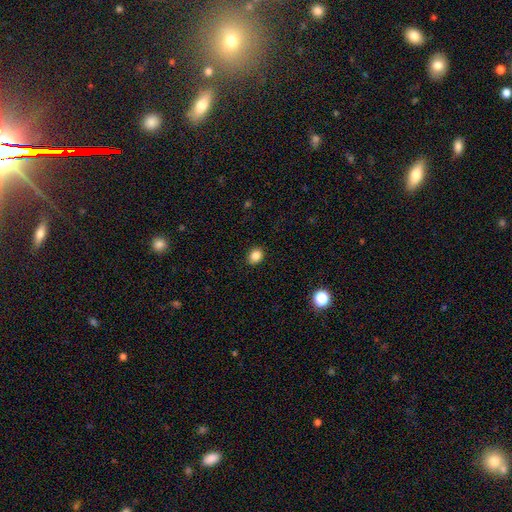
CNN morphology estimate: A smooth galaxy with no disk features (86%) that is round (57%).

Vote fractions:
- Smooth or featured? smooth: 86% / star or artifact: 11% / featured or disk: 4%
- How rounded? round: 57% / in between: 42% / cigar-shaped: 1%
- Merging? none: 89% / minor disturbance: 8% / major disturbance: 2% / merger: 1%